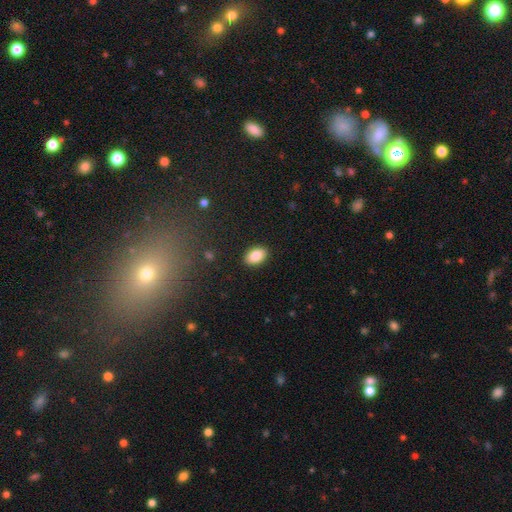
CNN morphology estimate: smooth 86%, star or artifact 7%, featured or disk 6%. Down the decision tree: how rounded — in between (89%); merging — none (89%).